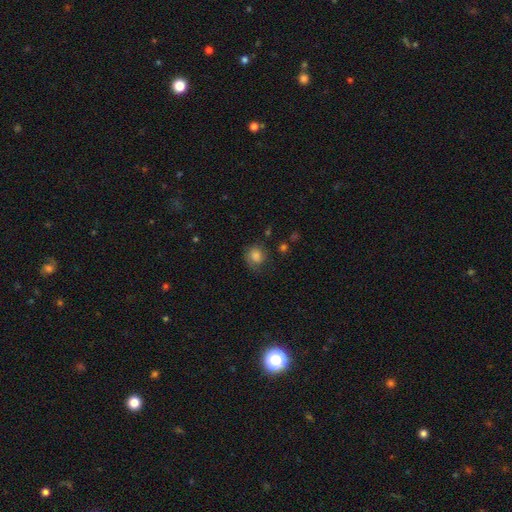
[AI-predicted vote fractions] Morphology: type=smooth (78%); roundness=round (71%); merging=none (61%).